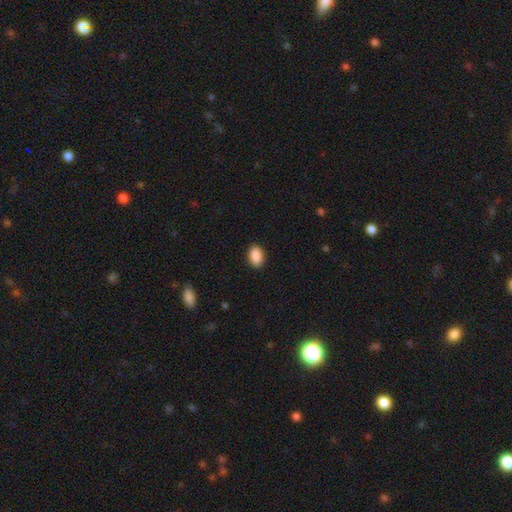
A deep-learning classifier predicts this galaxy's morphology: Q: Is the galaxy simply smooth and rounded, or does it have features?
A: smooth — 90%.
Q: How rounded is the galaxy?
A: in between — 89%.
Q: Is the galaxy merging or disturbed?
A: none — 89%.